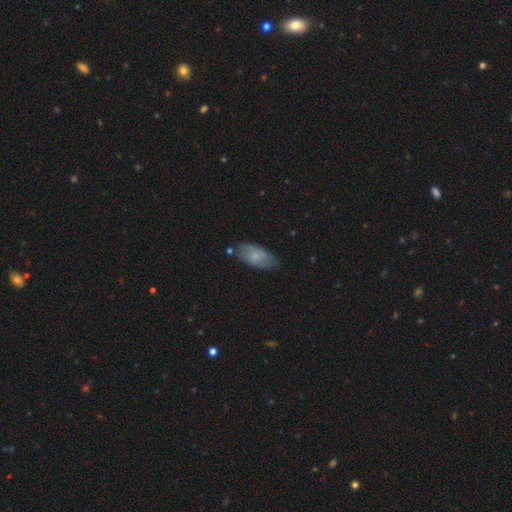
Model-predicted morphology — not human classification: Q: Smooth or featured?
A: smooth (66%); runner-up: featured or disk (27%)
Q: How rounded?
A: in between (87%); runner-up: cigar-shaped (11%)
Q: Merging?
A: none (71%); runner-up: minor disturbance (21%)